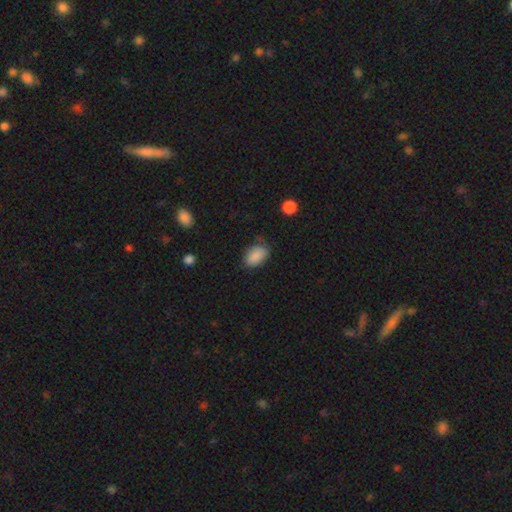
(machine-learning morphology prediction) This is clearly a smooth galaxy (87%). How rounded: clearly in between (88%). Merging: likely none (68%).